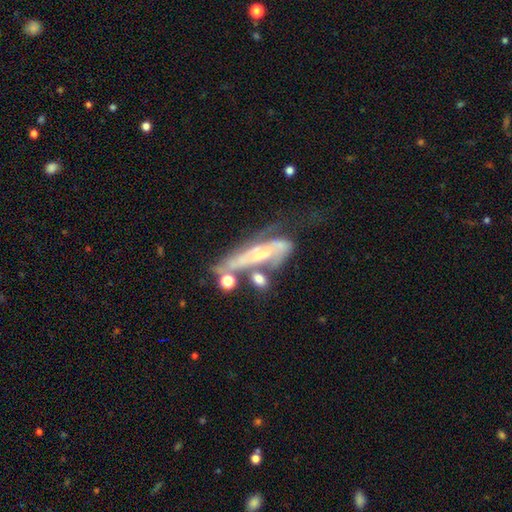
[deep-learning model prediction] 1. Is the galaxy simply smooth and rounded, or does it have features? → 69% featured or disk, 21% smooth, 10% star or artifact.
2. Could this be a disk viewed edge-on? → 61% no, 39% yes.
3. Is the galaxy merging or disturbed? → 28% merger, 27% major disturbance, 26% none, 19% minor disturbance.